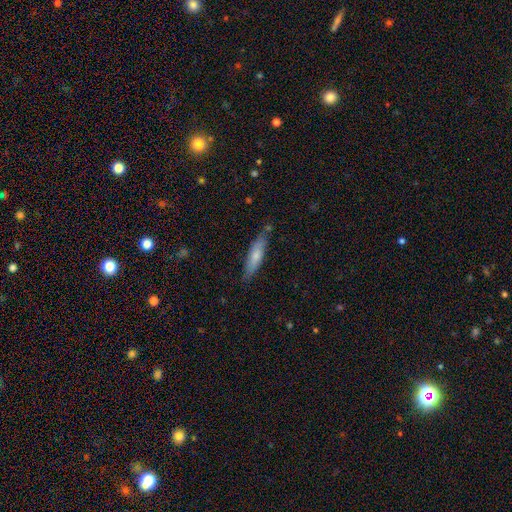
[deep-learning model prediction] smooth 68%, featured or disk 26%, star or artifact 6%. Down the decision tree: how rounded — cigar-shaped (74%); merging — none (77%).